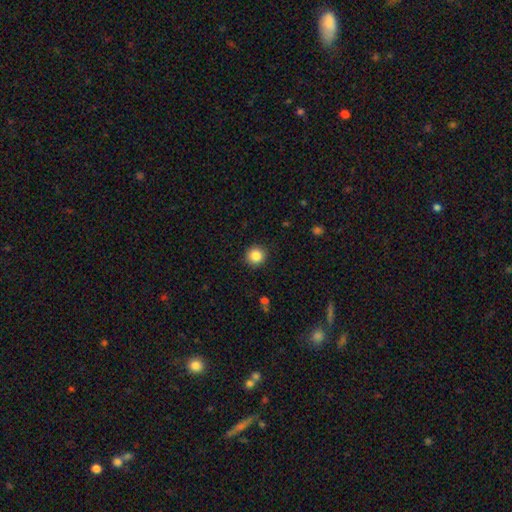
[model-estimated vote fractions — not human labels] Smooth or featured?
  - smooth: 85% *
  - star or artifact: 10%
  - featured or disk: 5%
How rounded?
  - round: 94% *
  - in between: 6%
  - cigar-shaped: 1%
Merging?
  - none: 91% *
  - minor disturbance: 6%
  - major disturbance: 2%
  - merger: 1%